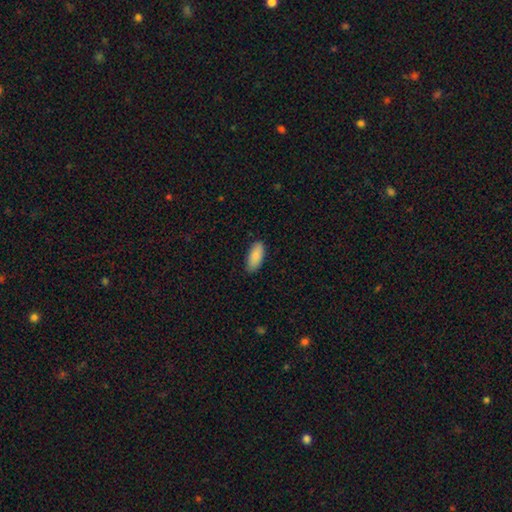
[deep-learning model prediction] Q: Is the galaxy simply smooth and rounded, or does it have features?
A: smooth — 89%.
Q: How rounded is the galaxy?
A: in between — 87%.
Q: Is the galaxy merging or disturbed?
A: none — 89%.